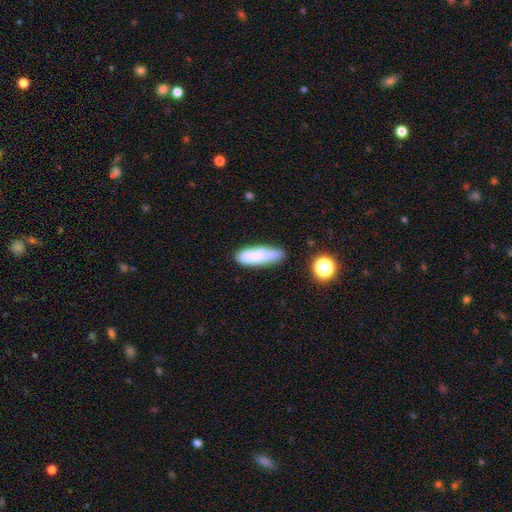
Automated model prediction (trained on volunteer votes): The model was most divided on "how rounded": cigar-shaped: 59%, in between: 39%, round: 2%. More confident: smooth or featured — smooth (74%); merging — none (60%).